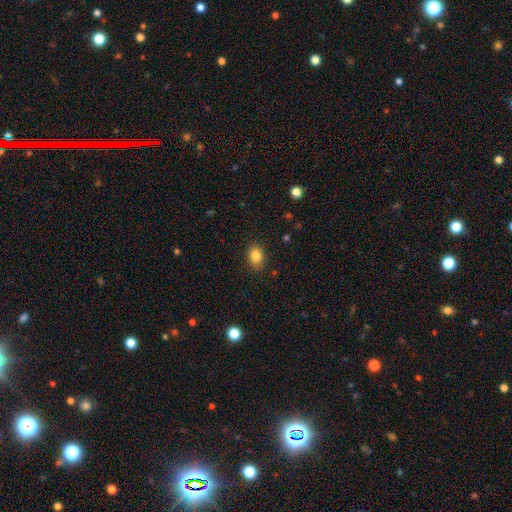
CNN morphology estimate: A smooth galaxy with no disk features (85%) that is in between round and cigar-shaped (69%).

Vote fractions:
- Smooth or featured? smooth: 85% / star or artifact: 10% / featured or disk: 6%
- How rounded? in between: 69% / round: 30% / cigar-shaped: 1%
- Merging? none: 86% / minor disturbance: 10% / major disturbance: 2% / merger: 1%